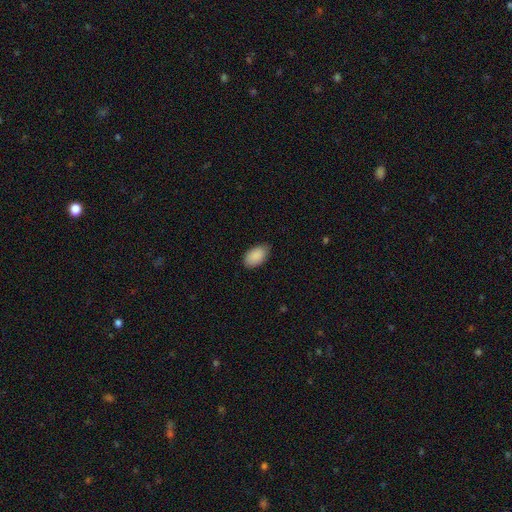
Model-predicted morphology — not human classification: Smooth or featured?
  - smooth: 90% *
  - star or artifact: 6%
  - featured or disk: 4%
How rounded?
  - in between: 94% *
  - round: 4%
  - cigar-shaped: 1%
Merging?
  - none: 81% *
  - minor disturbance: 16%
  - major disturbance: 2%
  - merger: 1%